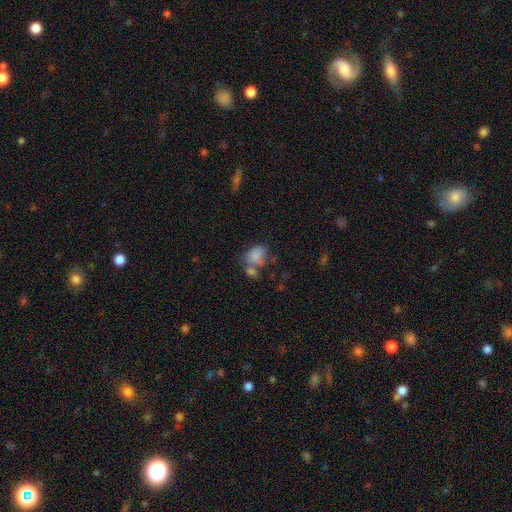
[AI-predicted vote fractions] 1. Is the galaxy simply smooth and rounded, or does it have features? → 79% smooth, 11% featured or disk, 10% star or artifact.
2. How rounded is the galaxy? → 71% in between, 28% round, 1% cigar-shaped.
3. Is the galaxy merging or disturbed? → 36% merger, 33% none, 18% minor disturbance, 12% major disturbance.